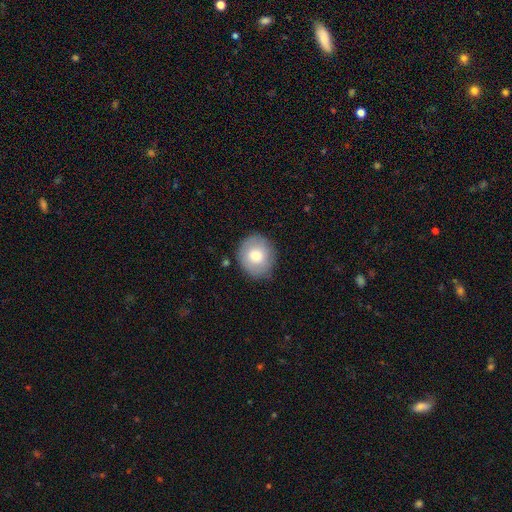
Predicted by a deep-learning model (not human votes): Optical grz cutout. It shows a smooth galaxy with no disk features (74%) that is round (77%). Merging: none (84%).